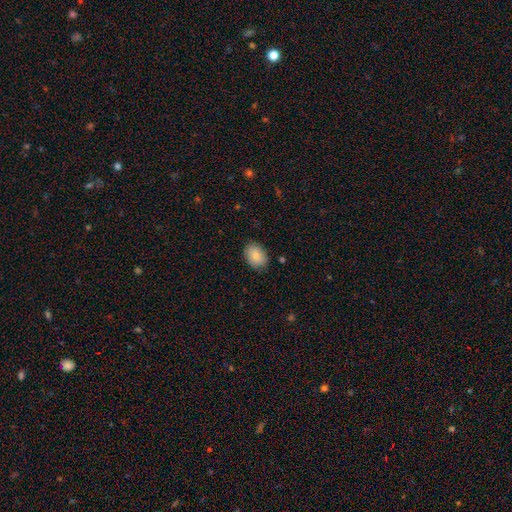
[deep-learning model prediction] smooth_or_featured: smooth (p=0.83) [alt: featured or disk p=0.10]
how_rounded: in between (p=0.79) [alt: round p=0.20]
merging: none (p=0.84) [alt: minor disturbance p=0.13]